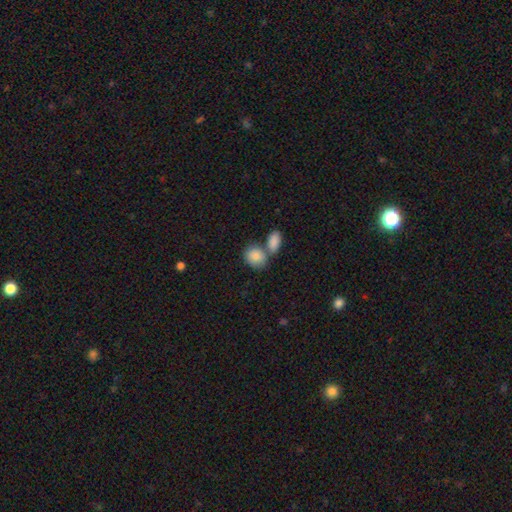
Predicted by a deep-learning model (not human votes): Smooth or featured? smooth (87%)
How rounded? in between (64%)
Merging? merger (45%)